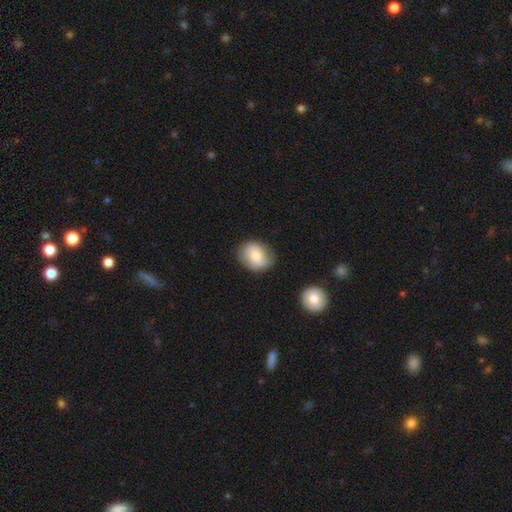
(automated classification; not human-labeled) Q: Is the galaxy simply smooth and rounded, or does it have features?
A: smooth — 70%.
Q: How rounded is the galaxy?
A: in between — 50%.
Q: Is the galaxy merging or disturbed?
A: none — 78%.